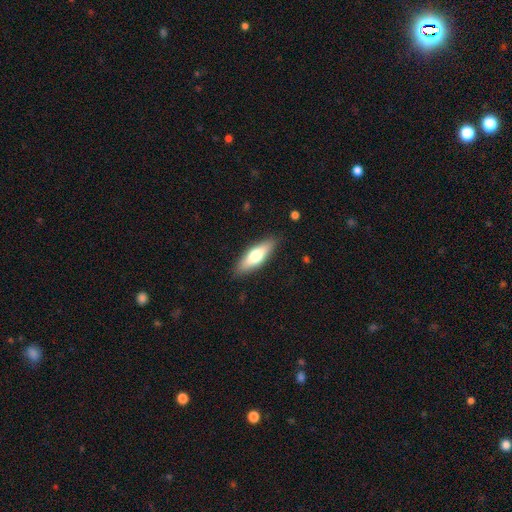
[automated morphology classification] smooth 60%, featured or disk 35%, star or artifact 6%. Down the decision tree: how rounded — in between (50%); merging — none (87%).